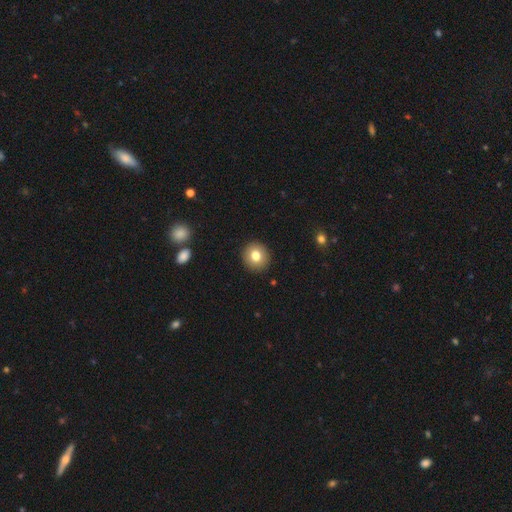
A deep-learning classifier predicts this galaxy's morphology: Q: Smooth or featured?
A: smooth (79%); runner-up: featured or disk (11%)
Q: How rounded?
A: round (89%); runner-up: in between (10%)
Q: Merging?
A: none (92%); runner-up: minor disturbance (5%)